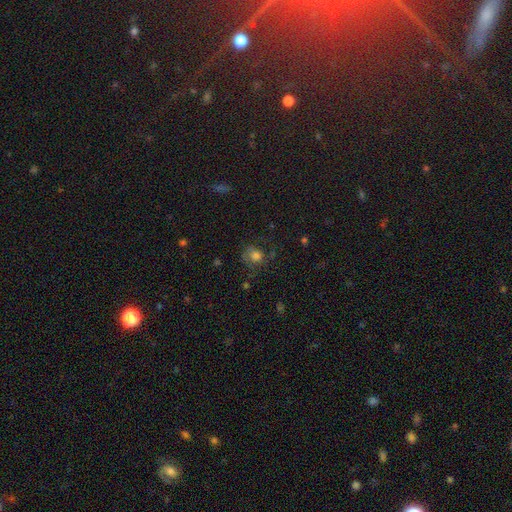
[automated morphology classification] smooth-or-featured: smooth: 70% | featured or disk: 17% | star or artifact: 14%
  how-rounded: round: 70% | in between: 29% | cigar-shaped: 1%
  merging: none: 52% | minor disturbance: 24% | major disturbance: 21% | merger: 3%